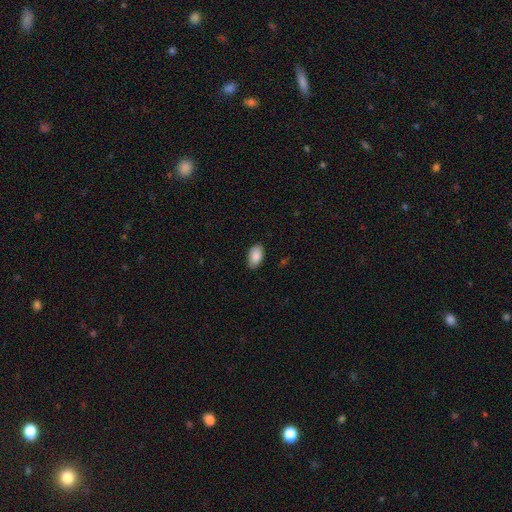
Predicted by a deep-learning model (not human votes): This is clearly a smooth galaxy (89%). How rounded: clearly in between (94%). Merging: clearly none (86%).